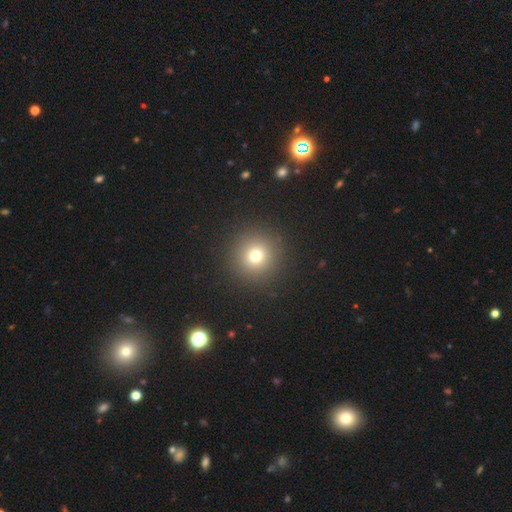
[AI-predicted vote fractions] This is likely a smooth galaxy (73%). How rounded: clearly round (95%). Merging: clearly none (91%).